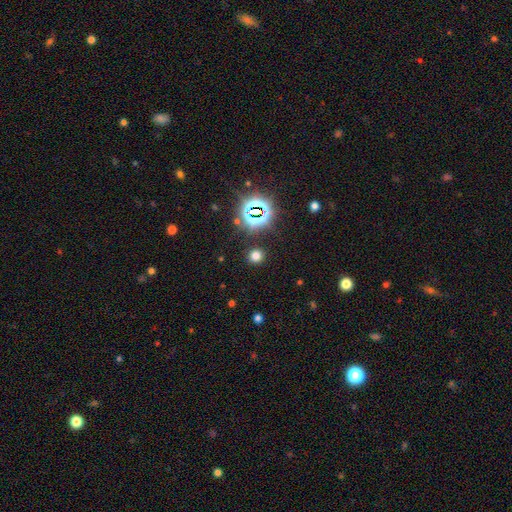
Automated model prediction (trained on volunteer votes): Smooth or featured? Predicted: smooth (p=0.67). How rounded? Predicted: round (p=0.89). Merging? Predicted: none (p=0.89).